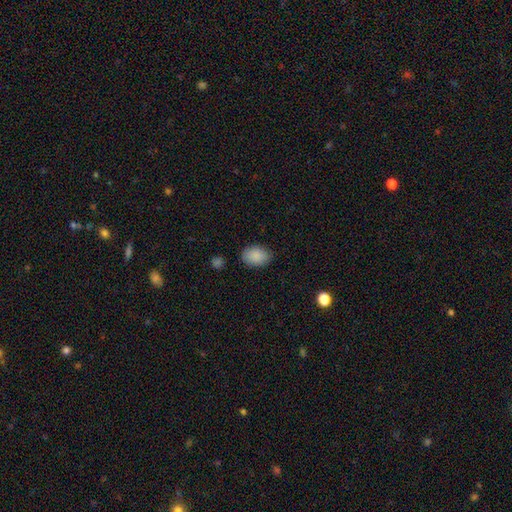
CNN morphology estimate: type=smooth (89%); roundness=in between (82%); merging=none (83%).